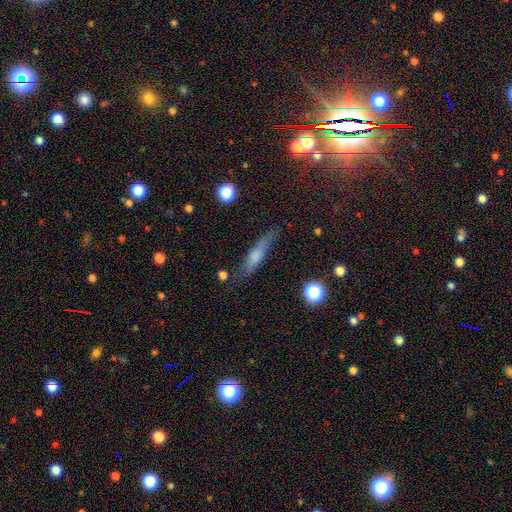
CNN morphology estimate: Smooth or featured?
  - smooth: 49% *
  - featured or disk: 42%
  - star or artifact: 10%
Merging?
  - none: 74% *
  - minor disturbance: 19%
  - major disturbance: 5%
  - merger: 3%